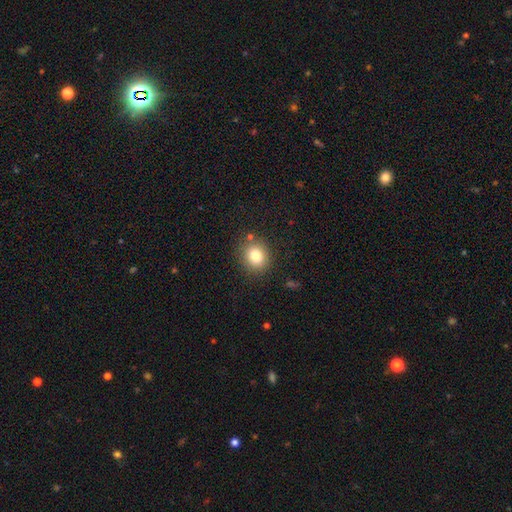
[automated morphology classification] Overall: smooth (81%). How rounded: round (75%). Merging: none (84%).